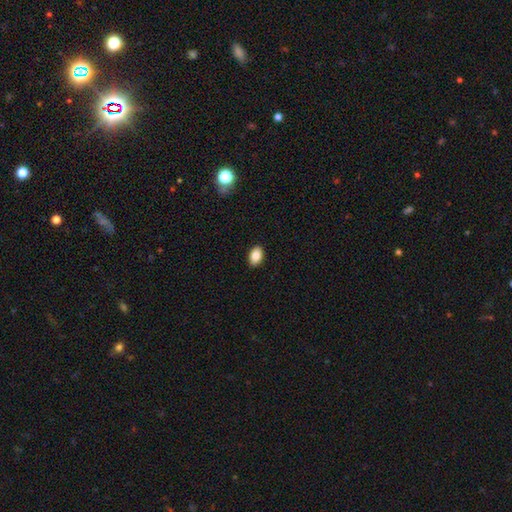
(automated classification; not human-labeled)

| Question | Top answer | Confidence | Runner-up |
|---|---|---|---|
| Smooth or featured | smooth | 85% | star or artifact (8%) |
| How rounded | in between | 89% | round (10%) |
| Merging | none | 91% | minor disturbance (7%) |